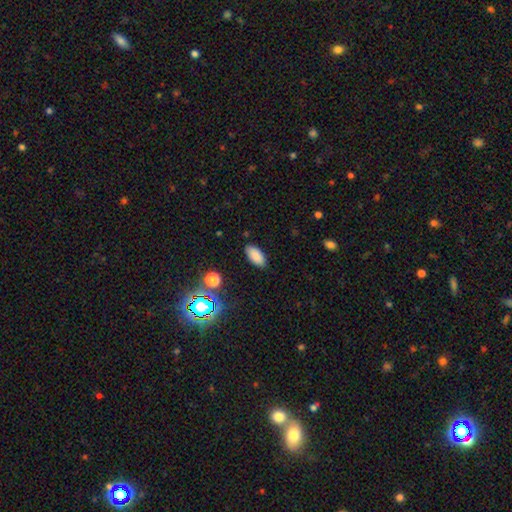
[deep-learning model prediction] A smooth galaxy with no disk features (84%) that is in between round and cigar-shaped (91%).

Vote fractions:
- Smooth or featured? smooth: 84% / star or artifact: 11% / featured or disk: 5%
- How rounded? in between: 91% / cigar-shaped: 6% / round: 3%
- Merging? none: 88% / minor disturbance: 9% / major disturbance: 2% / merger: 1%